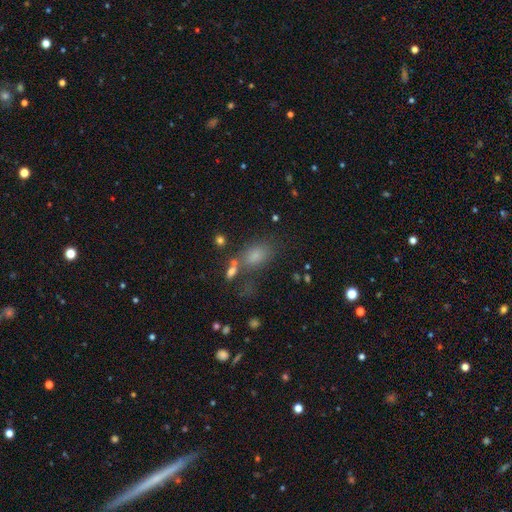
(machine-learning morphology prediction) smooth-or-featured: smooth: 76% | star or artifact: 14% | featured or disk: 10%
  how-rounded: in between: 84% | round: 13% | cigar-shaped: 3%
  merging: none: 54% | minor disturbance: 18% | merger: 16% | major disturbance: 12%